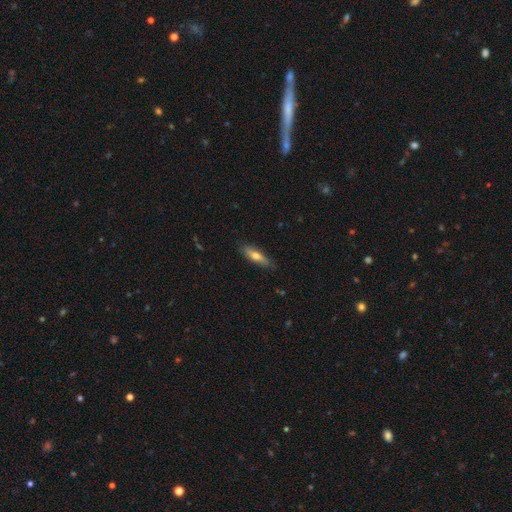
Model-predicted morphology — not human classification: A smooth galaxy with no disk features (64%) that is cigar-shaped (64%). Merging: none (84%).